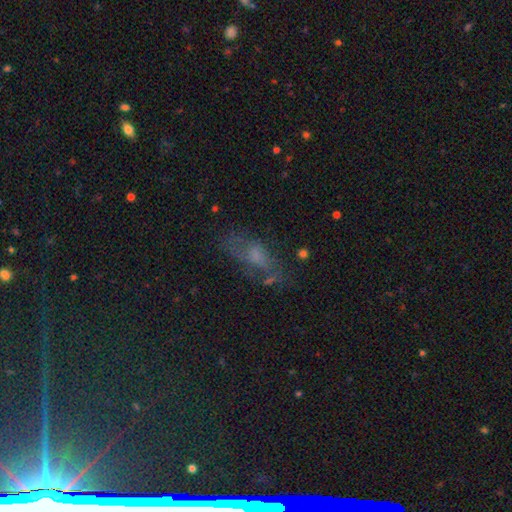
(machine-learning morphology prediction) Smooth or featured? Predicted: featured or disk (p=0.40). Merging? Predicted: none (p=0.69).